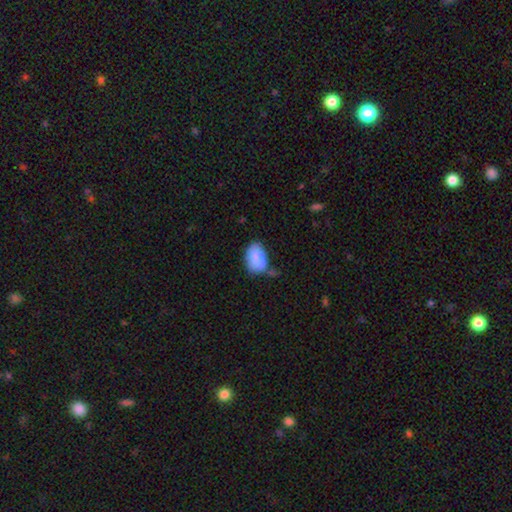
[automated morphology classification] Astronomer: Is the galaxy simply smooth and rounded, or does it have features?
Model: smooth — 78%.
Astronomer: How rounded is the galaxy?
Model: in between — 85%.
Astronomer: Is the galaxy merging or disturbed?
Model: none — 45% (runner-up: minor disturbance, 33%).